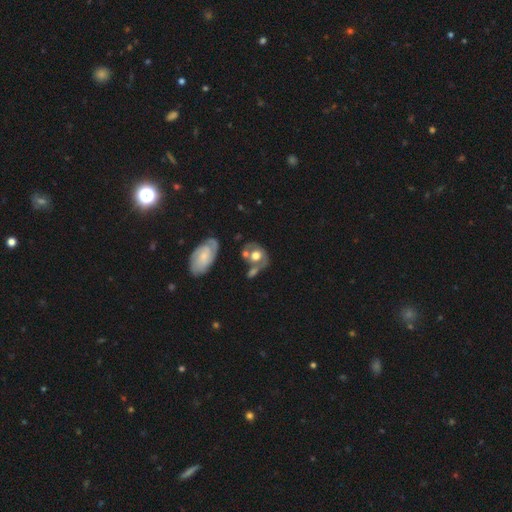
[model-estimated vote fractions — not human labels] Smooth or featured?
  - featured or disk: 50% *
  - smooth: 43%
  - star or artifact: 8%
Merging?
  - none: 41% *
  - merger: 29%
  - minor disturbance: 17%
  - major disturbance: 13%